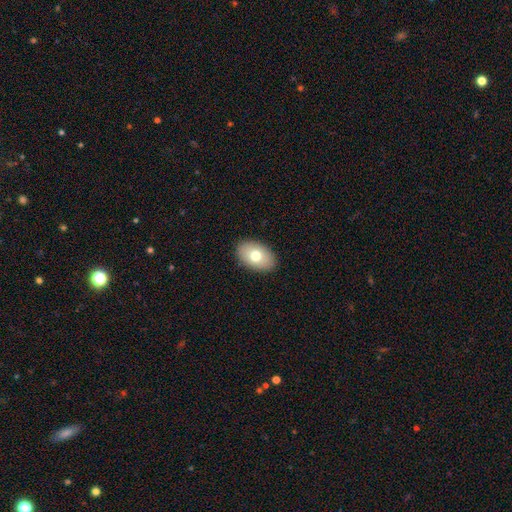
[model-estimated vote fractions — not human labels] Morphology: type=smooth (74%); roundness=in between (90%); merging=none (90%).